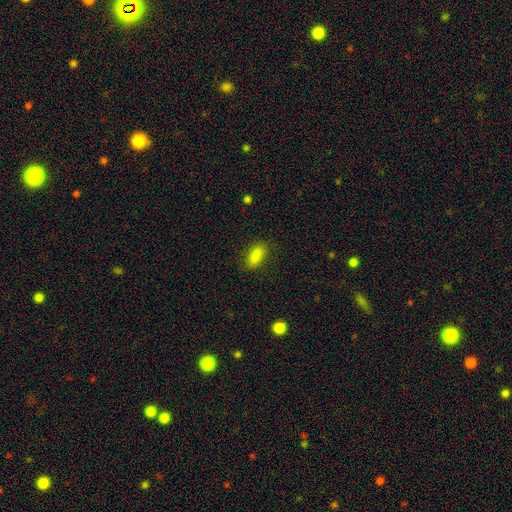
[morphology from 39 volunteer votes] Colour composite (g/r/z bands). It shows a smooth galaxy with no disk features (92%) that is in between round and cigar-shaped (92%). Merging: none (86%).